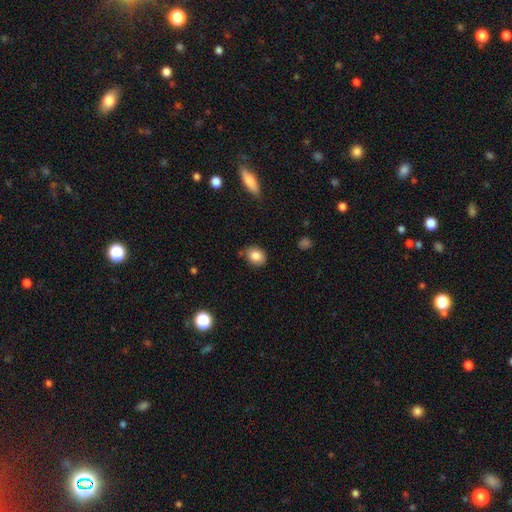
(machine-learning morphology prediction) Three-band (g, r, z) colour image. It shows a smooth galaxy with no disk features (84%) that is round (57%). Merging: none (76%).